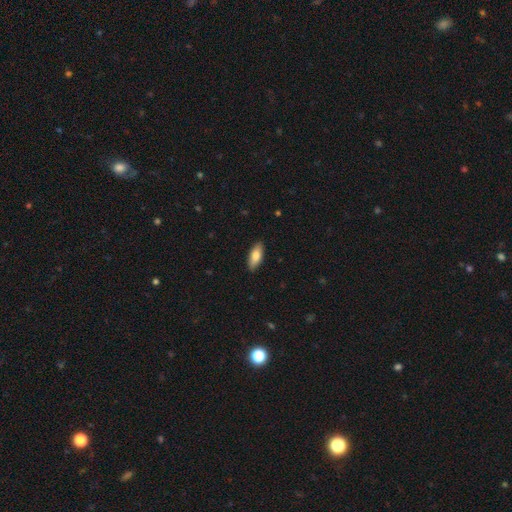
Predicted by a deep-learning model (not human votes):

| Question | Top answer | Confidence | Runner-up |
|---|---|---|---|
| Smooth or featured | smooth | 78% | featured or disk (16%) |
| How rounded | in between | 77% | cigar-shaped (21%) |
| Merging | none | 88% | minor disturbance (9%) |